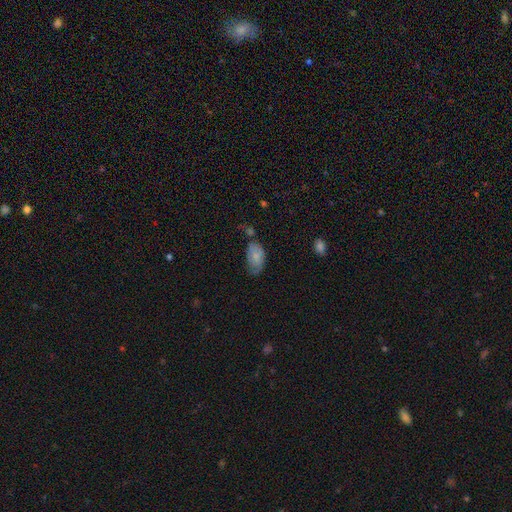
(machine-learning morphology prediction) Smooth or featured? smooth (74%)
How rounded? in between (93%)
Merging? none (44%)